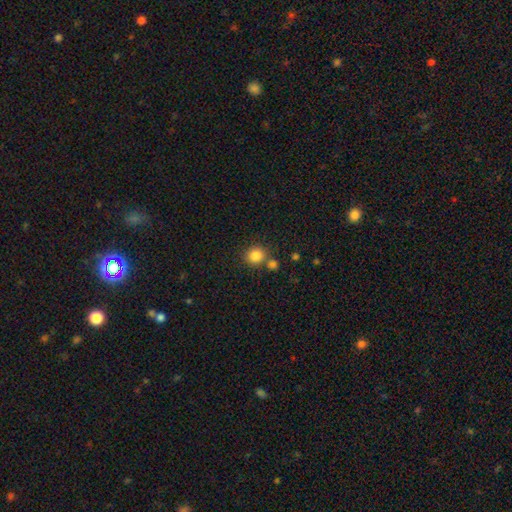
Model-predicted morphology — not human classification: This is clearly a smooth galaxy (84%). How rounded: clearly round (85%). Merging: likely none (71%).